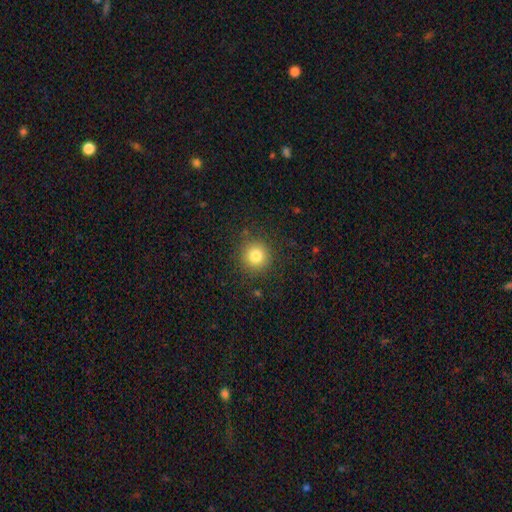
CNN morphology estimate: Smooth or featured: smooth — 80% (star or artifact — 12%)
How rounded: round — 93% (in between — 6%)
Merging: none — 88% (minor disturbance — 8%)